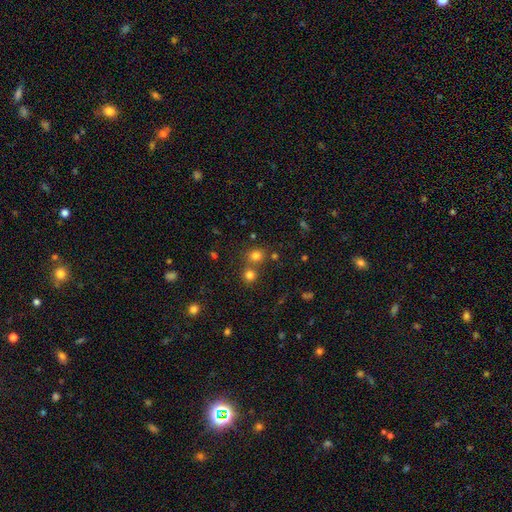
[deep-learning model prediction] Q: Smooth or featured?
A: smooth (75%); runner-up: star or artifact (18%)
Q: How rounded?
A: round (80%); runner-up: in between (19%)
Q: Merging?
A: none (62%); runner-up: merger (28%)